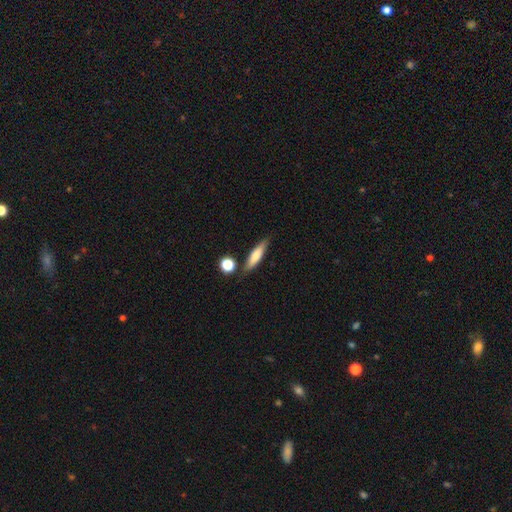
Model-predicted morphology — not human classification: smooth 71%, featured or disk 22%, star or artifact 7%. Down the decision tree: how rounded — cigar-shaped (69%); merging — none (78%).